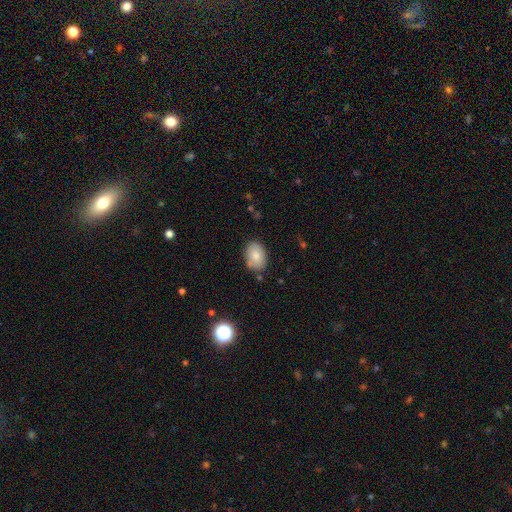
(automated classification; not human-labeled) This is clearly a smooth galaxy (82%). How rounded: likely in between (80%). Merging: likely none (80%).